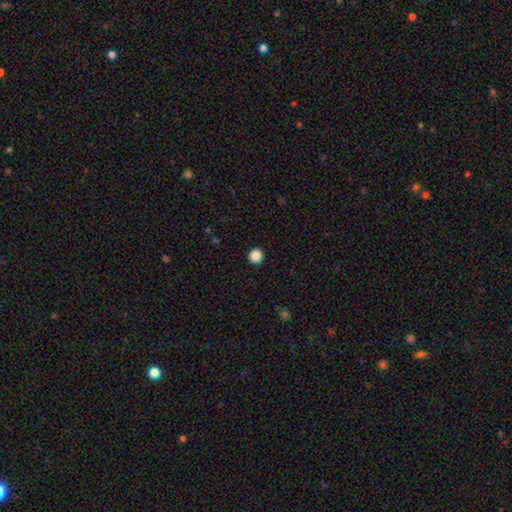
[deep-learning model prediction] This appears to be a smooth galaxy with no disk features (88%) that is round (96%). Merging: none (94%).